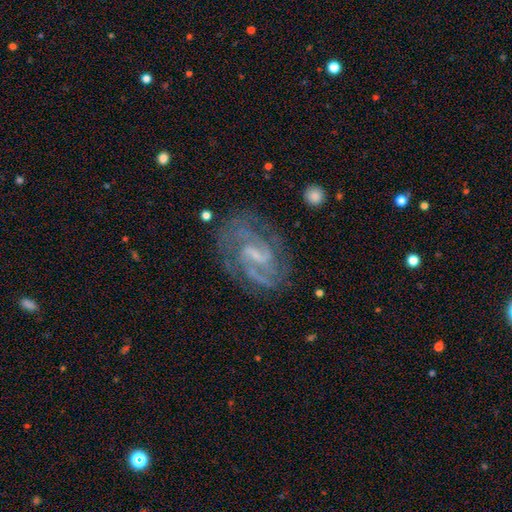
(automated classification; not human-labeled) Smooth or featured: featured or disk — 86% (star or artifact — 7%)
Edge-on disk: no — 97% (yes — 3%)
Bar: weak — 53% (strong — 29%)
Spiral arms: yes — 96% (no — 4%)
Spiral winding: tight — 46% (medium — 44%)
Spiral arm count: 2 — 56% (can't tell — 17%)
Bulge size: small — 47% (none — 27%)
Merging: none — 74% (minor disturbance — 16%)